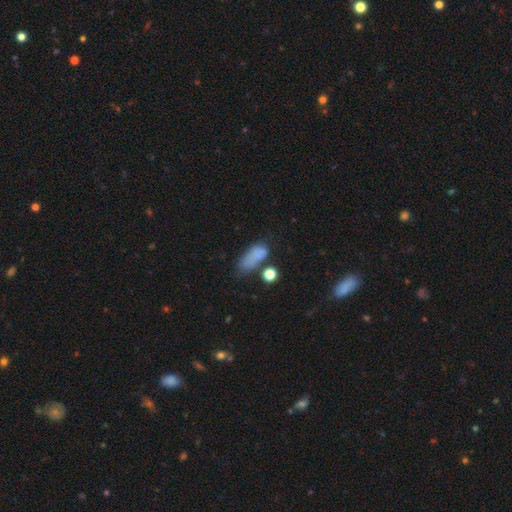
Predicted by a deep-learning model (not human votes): Overall: smooth (72%). How rounded: in between (77%). Merging: none (38%; minor disturbance 27%).